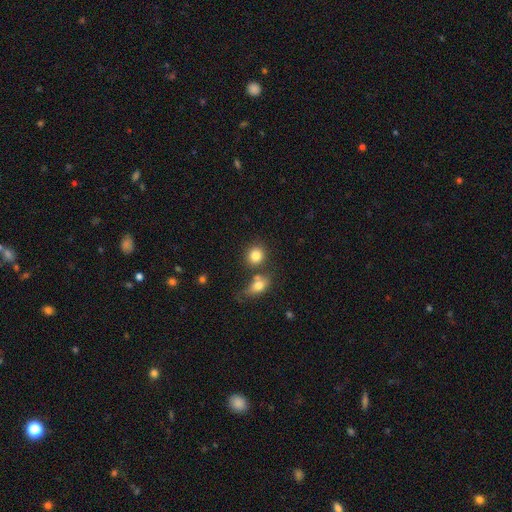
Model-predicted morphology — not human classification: This appears to be a smooth galaxy with no disk features (82%) that is round (75%). Merging: none (65%).